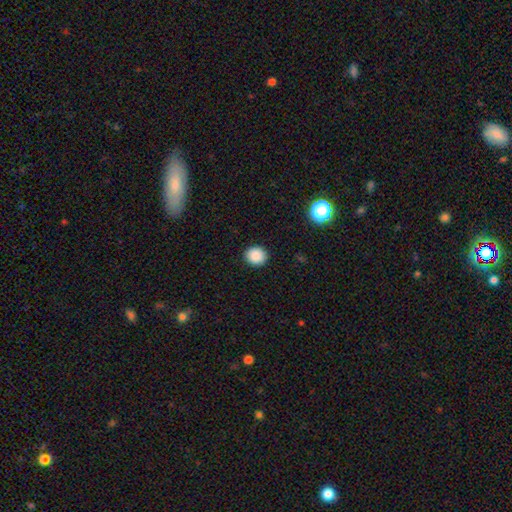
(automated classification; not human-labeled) smooth 88%, star or artifact 9%, featured or disk 3%. Down the decision tree: how rounded — round (82%); merging — none (91%).